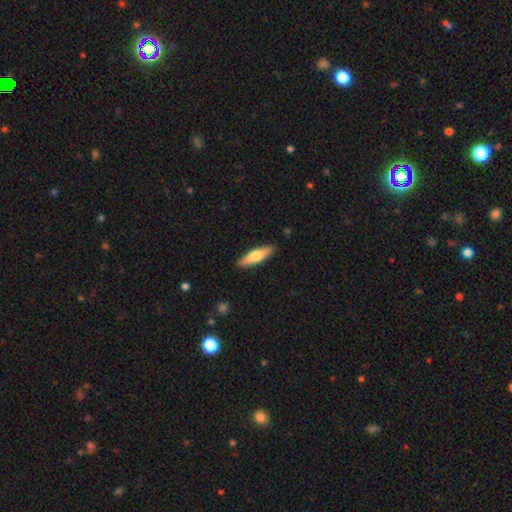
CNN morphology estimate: The model was most divided on "how rounded": cigar-shaped: 64%, in between: 34%, round: 2%. More confident: merging — none (90%); smooth or featured — smooth (65%).